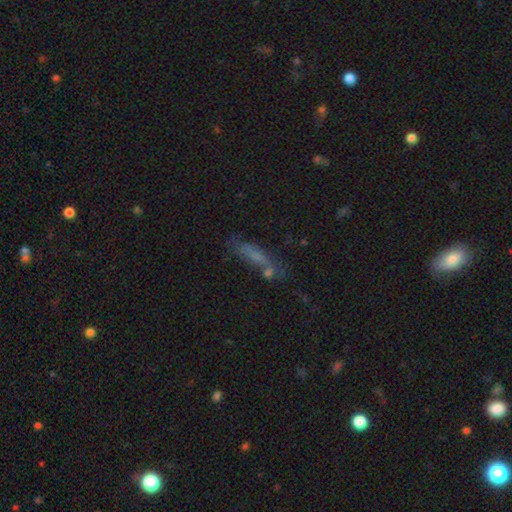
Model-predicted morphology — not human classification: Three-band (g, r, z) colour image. It shows a smooth galaxy with no disk features (53%) that is cigar-shaped (74%). Merging: none (59%).